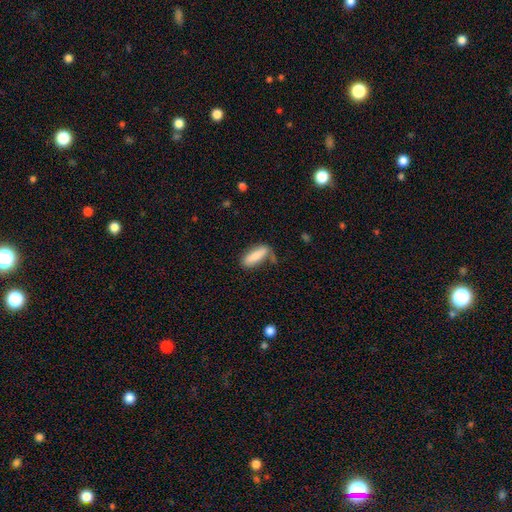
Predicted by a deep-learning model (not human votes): Q: Smooth or featured?
A: smooth (82%); runner-up: featured or disk (11%)
Q: How rounded?
A: in between (57%); runner-up: cigar-shaped (41%)
Q: Merging?
A: none (63%); runner-up: minor disturbance (23%)